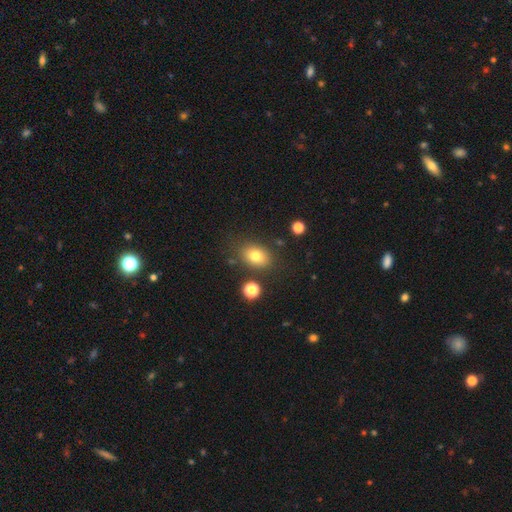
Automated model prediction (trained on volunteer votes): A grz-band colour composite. It shows a smooth galaxy with no disk features (78%) that is in between round and cigar-shaped (69%). Merging: none (79%).